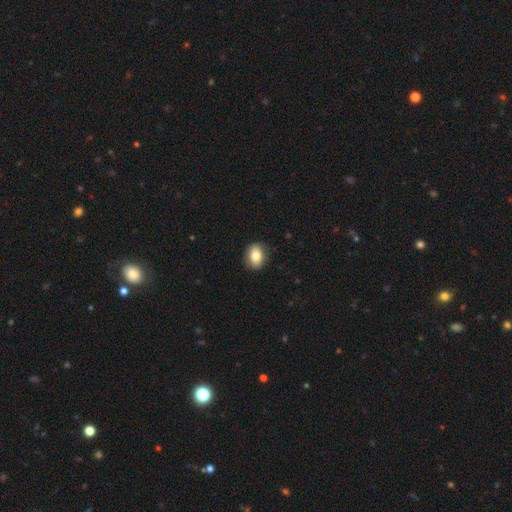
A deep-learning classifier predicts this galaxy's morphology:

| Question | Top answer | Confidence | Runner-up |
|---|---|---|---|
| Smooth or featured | smooth | 78% | featured or disk (14%) |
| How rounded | in between | 65% | round (34%) |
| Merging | none | 86% | minor disturbance (10%) |